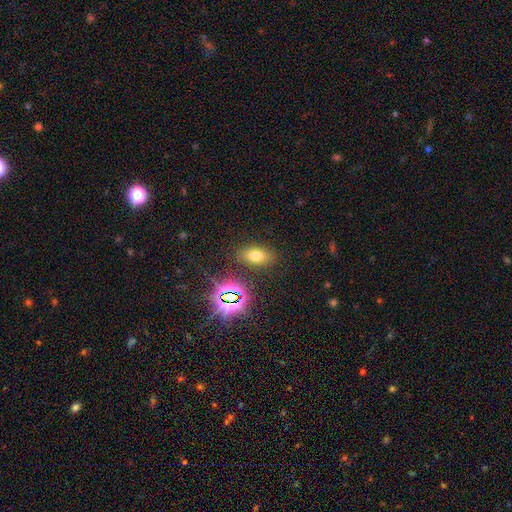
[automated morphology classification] This is likely a smooth galaxy (65%). How rounded: clearly in between (86%). Merging: clearly none (85%).